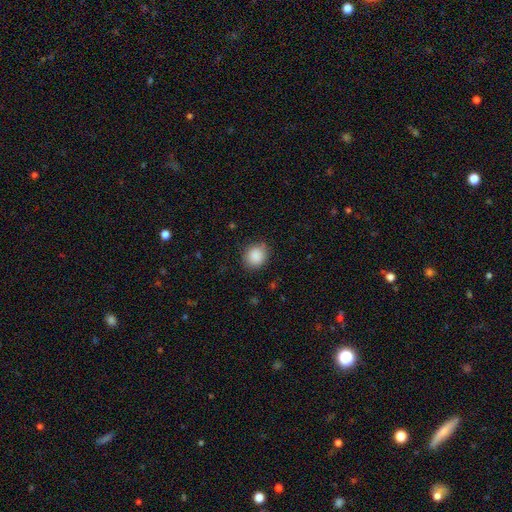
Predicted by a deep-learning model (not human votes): Q: Smooth or featured?
A: smooth (88%); runner-up: star or artifact (8%)
Q: How rounded?
A: round (73%); runner-up: in between (26%)
Q: Merging?
A: none (82%); runner-up: minor disturbance (13%)